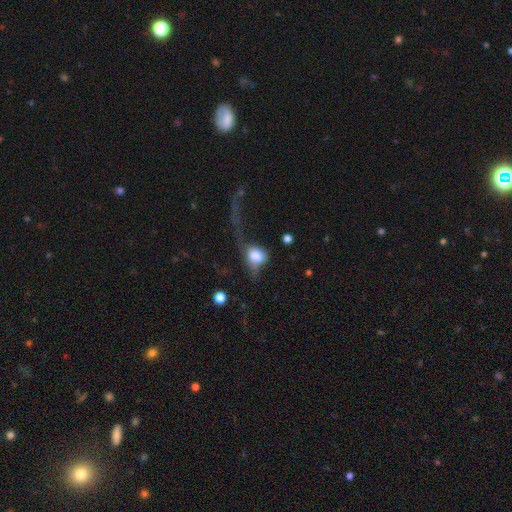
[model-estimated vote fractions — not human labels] Smooth or featured? smooth (69%)
How rounded? in between (52%)
Merging? major disturbance (56%)